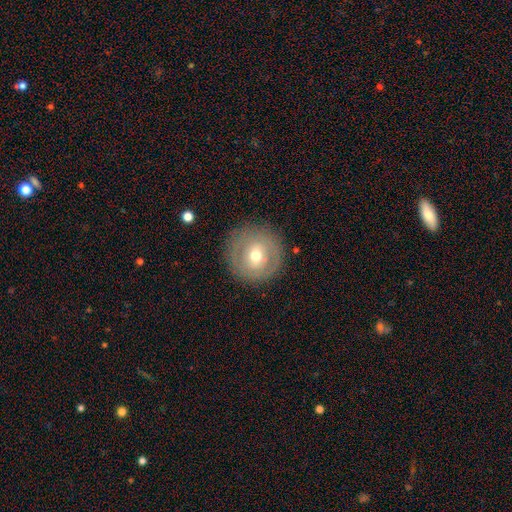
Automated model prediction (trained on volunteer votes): A smooth galaxy with no disk features (47%).

Vote fractions:
- Smooth or featured? smooth: 47% / featured or disk: 45% / star or artifact: 8%
- Merging? none: 86% / minor disturbance: 9% / major disturbance: 4% / merger: 1%